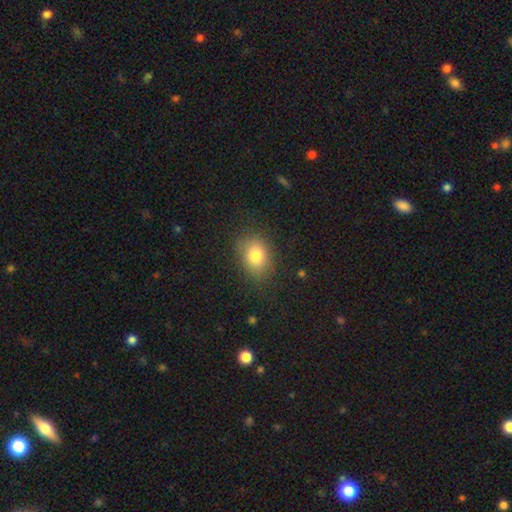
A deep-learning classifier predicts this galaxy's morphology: Smooth or featured?
  - smooth: 80% *
  - star or artifact: 10%
  - featured or disk: 9%
How rounded?
  - in between: 60% *
  - round: 39%
  - cigar-shaped: 1%
Merging?
  - none: 81% *
  - minor disturbance: 13%
  - major disturbance: 5%
  - merger: 1%